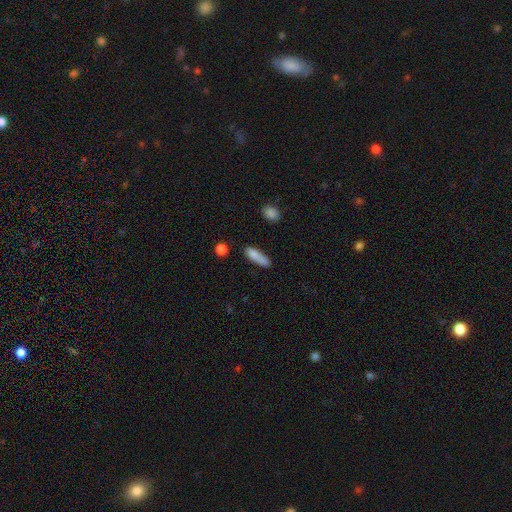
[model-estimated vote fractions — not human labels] smooth-or-featured: smooth: 82% | featured or disk: 10% | star or artifact: 8%
  how-rounded: cigar-shaped: 61% | in between: 37% | round: 3%
  merging: none: 62% | minor disturbance: 24% | merger: 7% | major disturbance: 7%